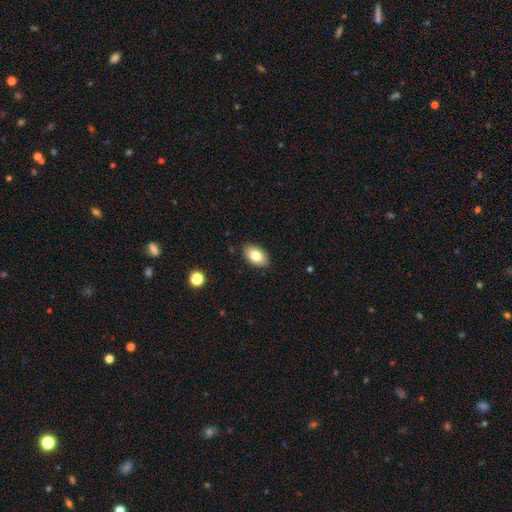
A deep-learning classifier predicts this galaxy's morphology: smooth_or_featured: smooth (p=0.81) [alt: featured or disk p=0.12]
how_rounded: in between (p=0.92) [alt: round p=0.07]
merging: none (p=0.87) [alt: minor disturbance p=0.10]